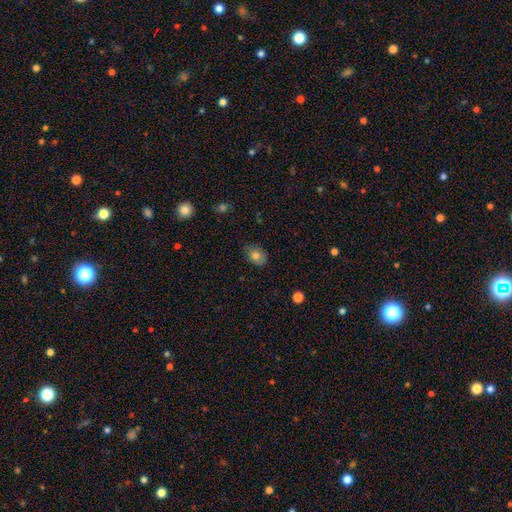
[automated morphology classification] This is likely a smooth galaxy (77%). How rounded: likely in between (72%). Merging: likely none (78%).